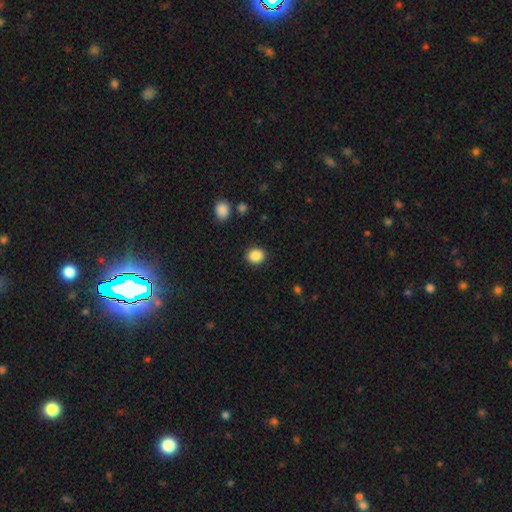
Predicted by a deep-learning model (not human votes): Q: Smooth or featured?
A: smooth (88%); runner-up: star or artifact (9%)
Q: How rounded?
A: round (67%); runner-up: in between (32%)
Q: Merging?
A: none (90%); runner-up: minor disturbance (7%)